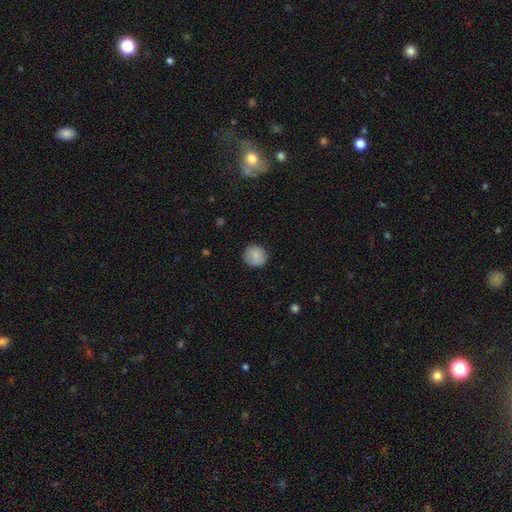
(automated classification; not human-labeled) This appears to be a smooth galaxy with no disk features (84%) that is round (87%). Merging: none (84%).